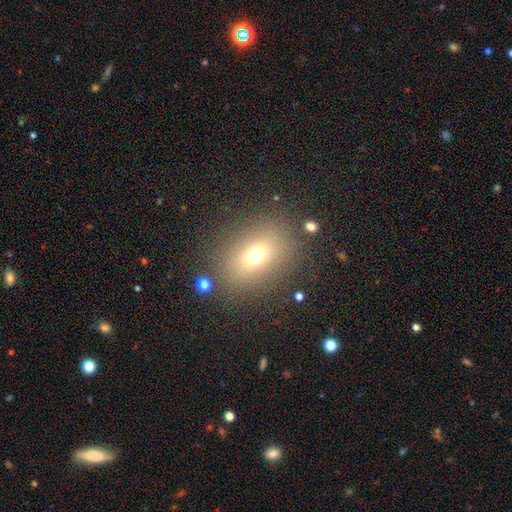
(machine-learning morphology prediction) smooth-or-featured: smooth: 68% | star or artifact: 18% | featured or disk: 15%
  how-rounded: in between: 63% | round: 35% | cigar-shaped: 2%
  merging: none: 83% | minor disturbance: 9% | major disturbance: 5% | merger: 3%